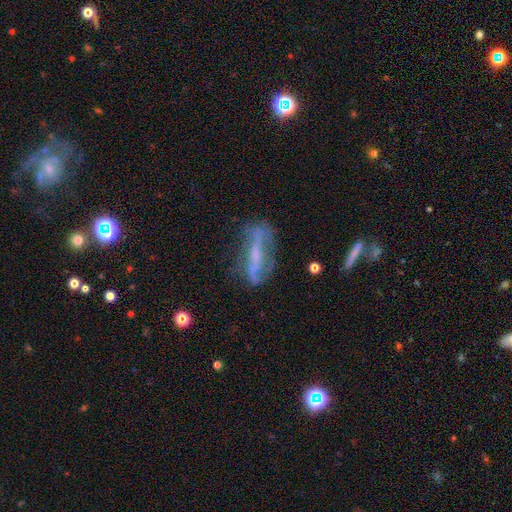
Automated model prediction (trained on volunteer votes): featured or disk 67%, smooth 23%, star or artifact 11%. Down the decision tree: edge-on disk — no (63%); merging — none (54%).